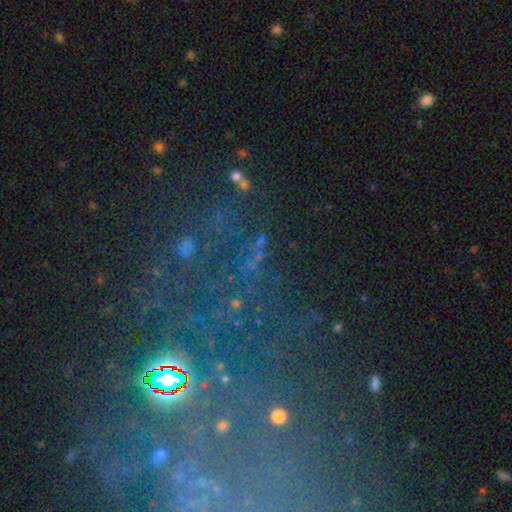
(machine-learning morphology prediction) Q: Smooth or featured?
A: star or artifact (66%); runner-up: smooth (17%)